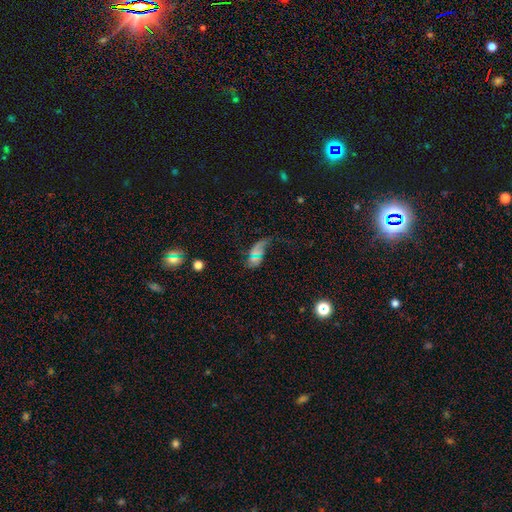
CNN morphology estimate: smooth 46%, featured or disk 28%, star or artifact 26%. Down the decision tree: merging — none (42%).